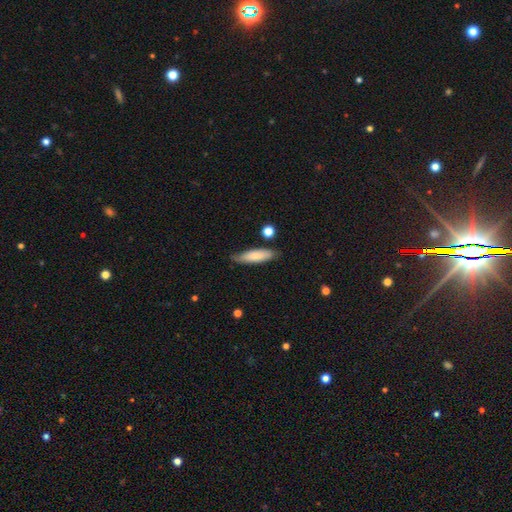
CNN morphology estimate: The model was most divided on "how rounded": cigar-shaped: 65%, in between: 33%, round: 2%. More confident: merging — none (77%); smooth or featured — smooth (75%).